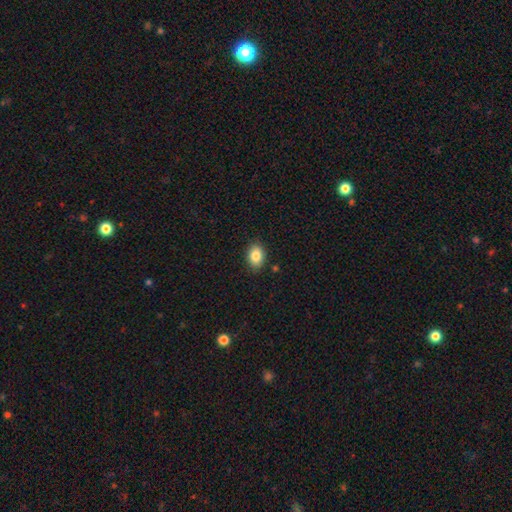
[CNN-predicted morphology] smooth-or-featured: smooth: 85% | star or artifact: 8% | featured or disk: 7%
  how-rounded: in between: 78% | round: 21% | cigar-shaped: 1%
  merging: none: 87% | minor disturbance: 9% | major disturbance: 2% | merger: 1%